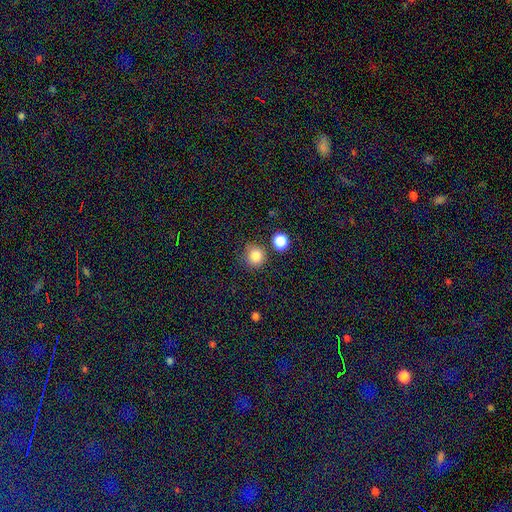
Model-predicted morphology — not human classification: A smooth galaxy with no disk features (84%) that is round (91%). Merging: none (76%).